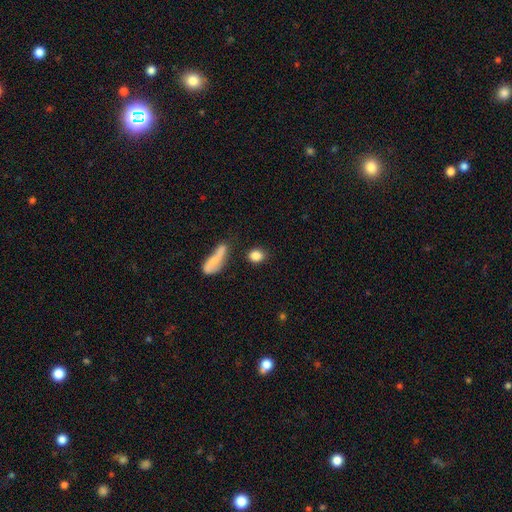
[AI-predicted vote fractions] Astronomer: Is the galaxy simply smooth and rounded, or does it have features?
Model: smooth — 85%.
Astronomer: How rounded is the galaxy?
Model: round — 52% (runner-up: in between, 43%).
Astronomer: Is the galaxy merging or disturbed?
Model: none — 76%.